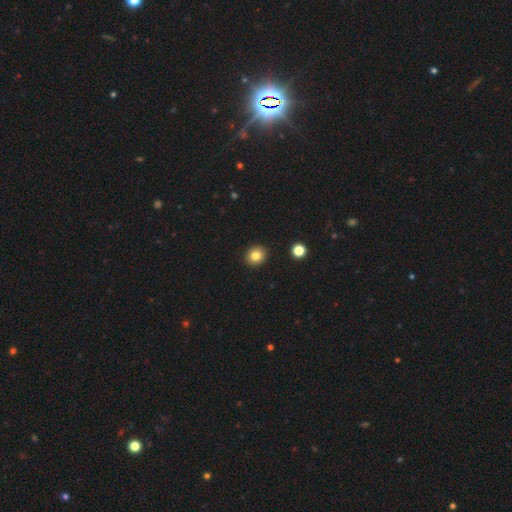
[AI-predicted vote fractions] This appears to be a smooth galaxy with no disk features (82%) that is round (82%). Merging: none (92%).